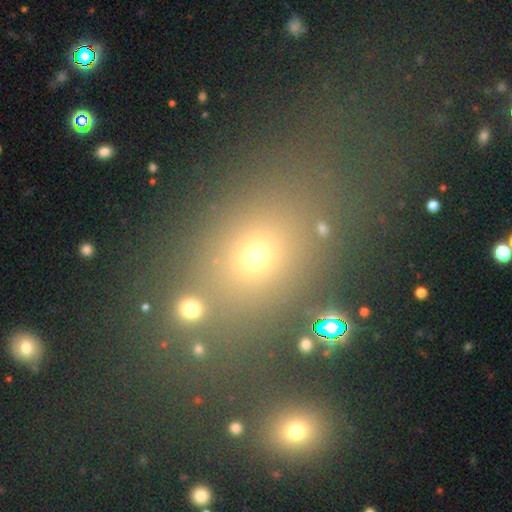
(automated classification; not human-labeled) Q: Smooth or featured?
A: smooth (64%); runner-up: star or artifact (25%)
Q: How rounded?
A: in between (55%); runner-up: round (42%)
Q: Merging?
A: none (68%); runner-up: merger (13%)